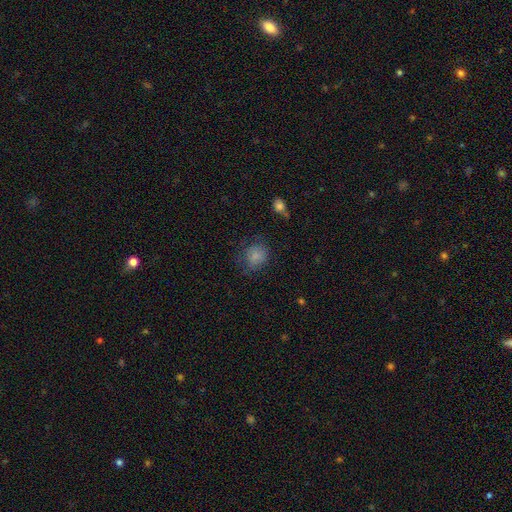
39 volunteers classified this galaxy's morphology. type=smooth (77%); roundness=round (70%); merging=none (72%).